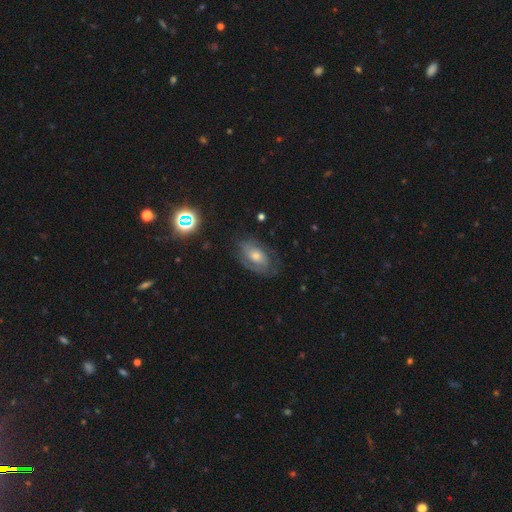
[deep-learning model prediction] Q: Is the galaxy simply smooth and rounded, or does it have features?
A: featured or disk — 63%.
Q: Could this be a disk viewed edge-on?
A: no — 94%.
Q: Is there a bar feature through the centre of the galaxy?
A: no — 68%.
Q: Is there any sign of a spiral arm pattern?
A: yes — 80%.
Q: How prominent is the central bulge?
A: moderate — 58%.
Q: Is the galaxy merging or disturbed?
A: none — 71%.